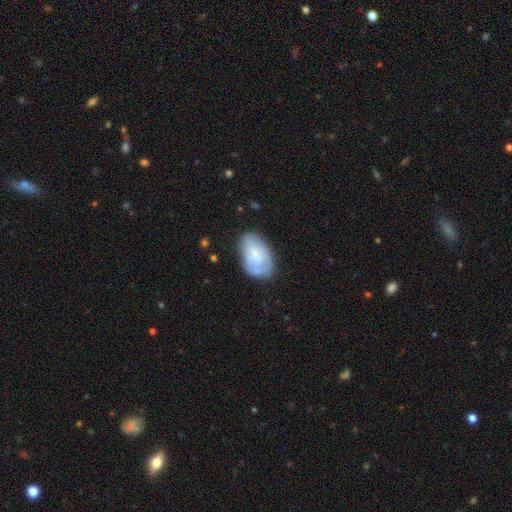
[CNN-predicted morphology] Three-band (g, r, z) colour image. It shows a smooth galaxy with no disk features (59%) that is in between round and cigar-shaped (92%). Merging: none (61%).